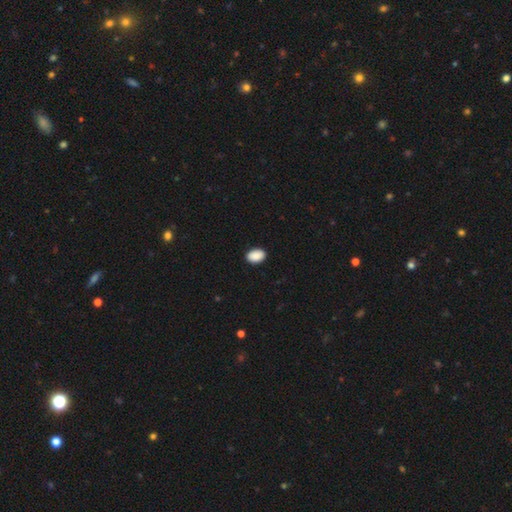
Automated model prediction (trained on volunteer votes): Smooth or featured? smooth (90%)
How rounded? in between (85%)
Merging? none (90%)